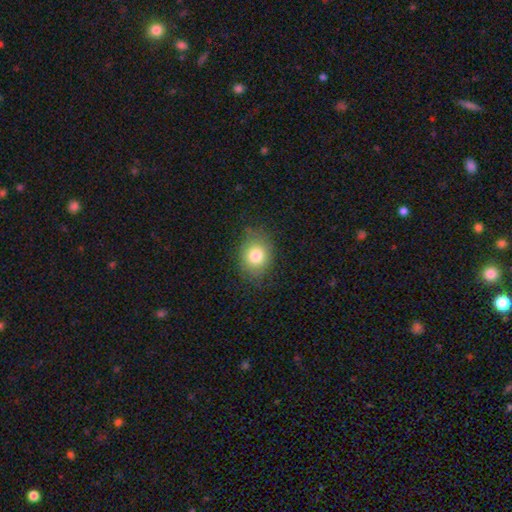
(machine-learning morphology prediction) A smooth galaxy with no disk features (79%) that is round (52%). Merging: none (78%).